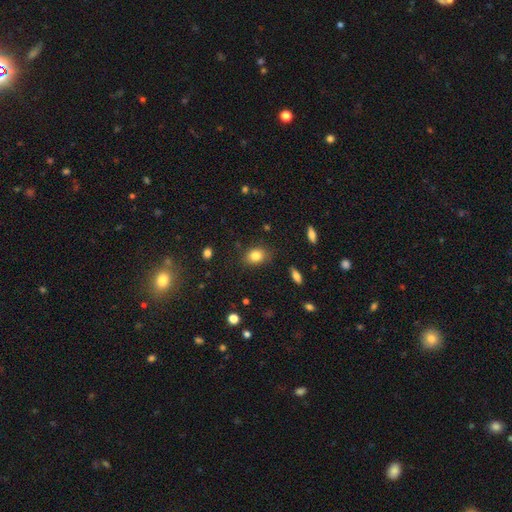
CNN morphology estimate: type=smooth (81%); roundness=in between (63%); merging=none (82%).